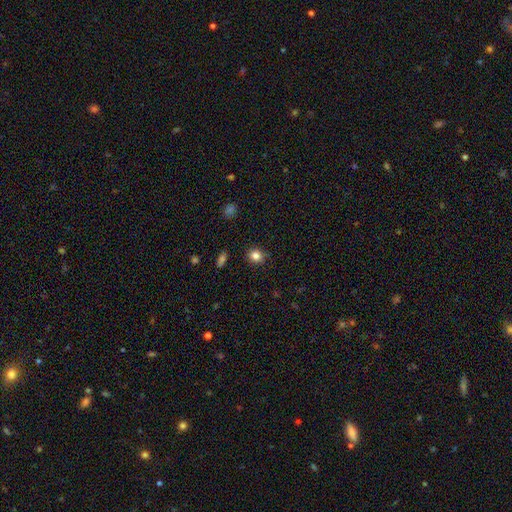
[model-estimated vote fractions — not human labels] smooth 83%, star or artifact 12%, featured or disk 5%. Down the decision tree: how rounded — round (79%); merging — none (86%).